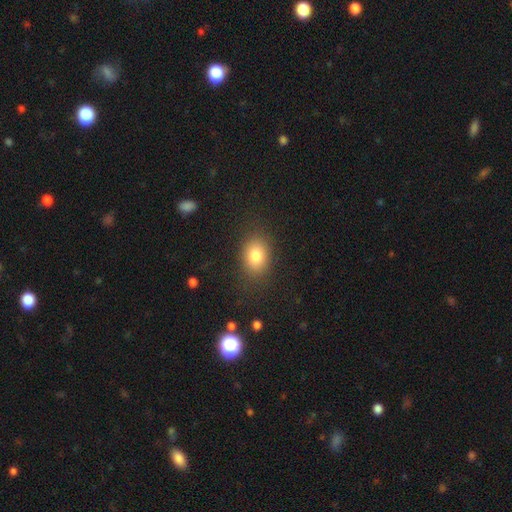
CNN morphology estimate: type=smooth (81%); roundness=in between (69%); merging=none (83%).